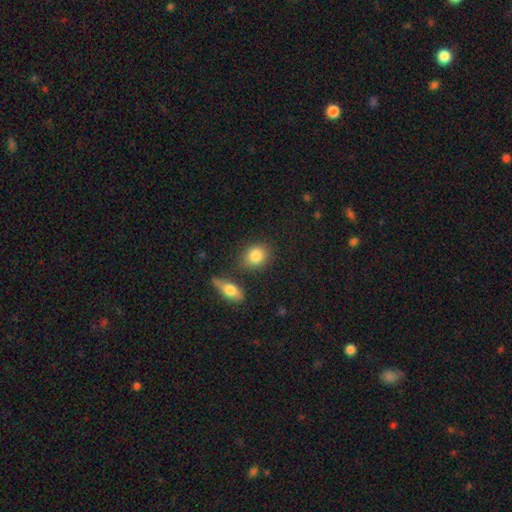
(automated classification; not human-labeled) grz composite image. It shows a smooth galaxy with no disk features (85%) that is round (56%). Merging: none (75%).